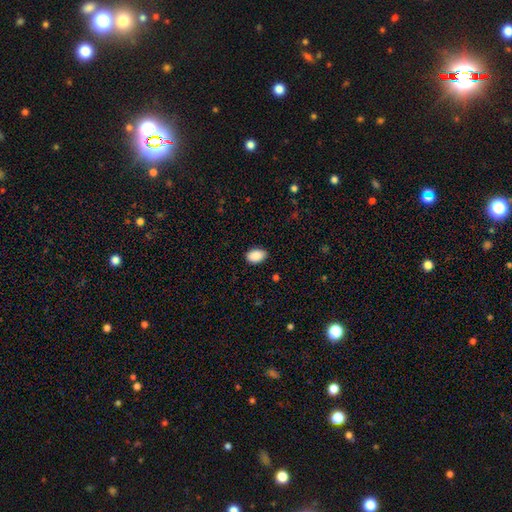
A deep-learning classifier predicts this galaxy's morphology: This is clearly a smooth galaxy (90%). How rounded: clearly in between (90%). Merging: clearly none (85%).